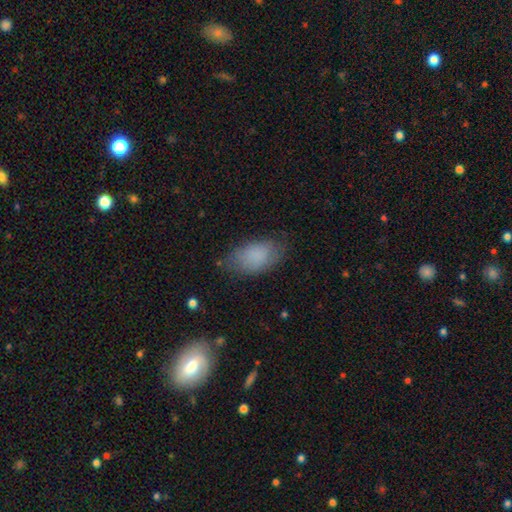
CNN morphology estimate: Smooth or featured? smooth (84%)
How rounded? in between (93%)
Merging? none (73%)